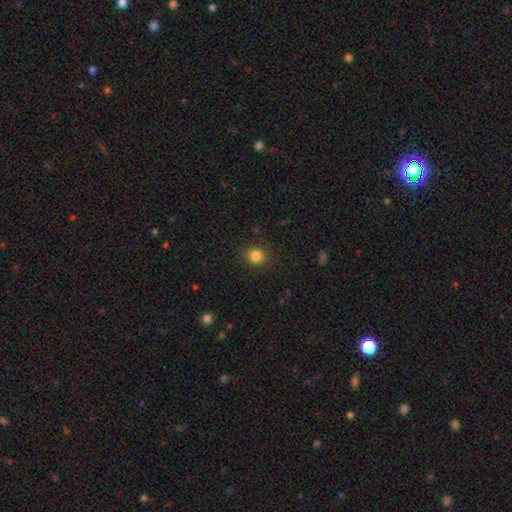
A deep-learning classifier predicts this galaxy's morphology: Smooth or featured: smooth — 84% (star or artifact — 12%)
How rounded: round — 86% (in between — 13%)
Merging: none — 89% (minor disturbance — 7%)